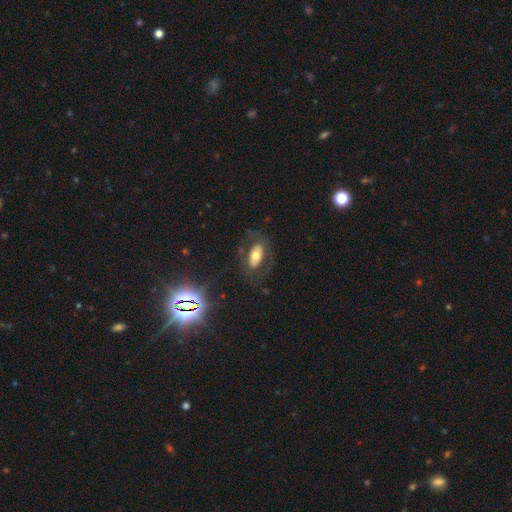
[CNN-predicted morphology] Smooth or featured? smooth (50%)
Merging? none (70%)